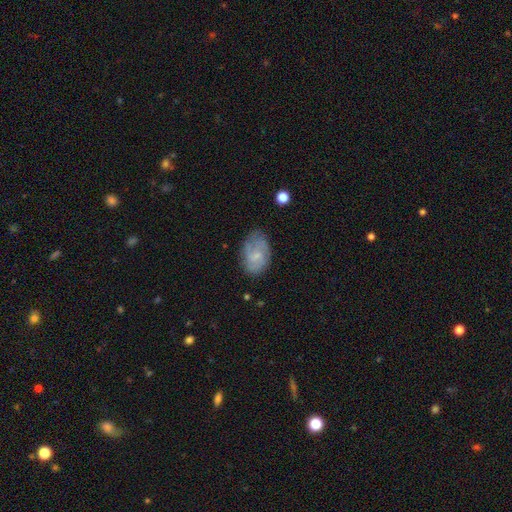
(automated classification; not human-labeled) A smooth galaxy with no disk features (46%, tied with featured or disk). Merging: none (65%).